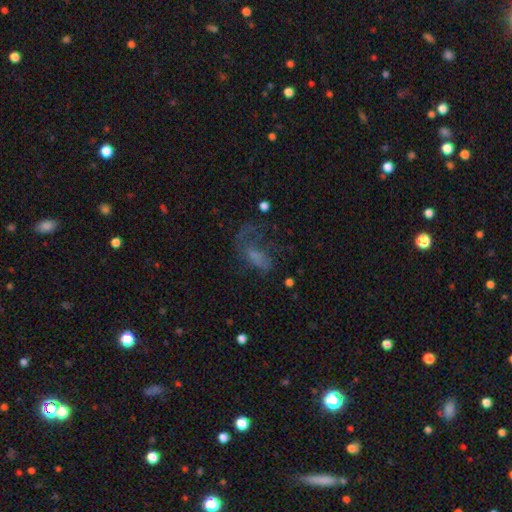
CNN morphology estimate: Overall: featured or disk (48%; smooth 33%). Merging: major disturbance (51%; none 29%).